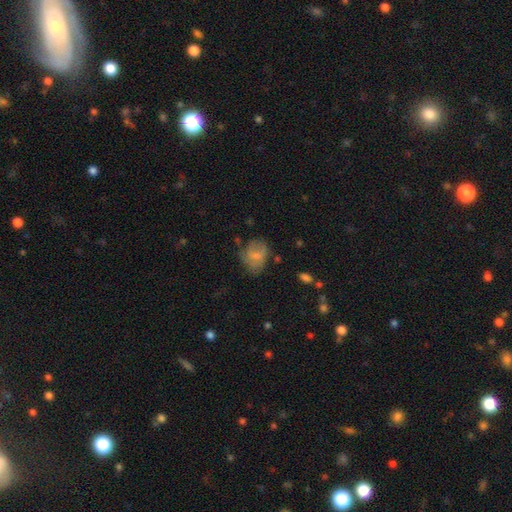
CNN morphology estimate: Smooth or featured?
  - smooth: 64% *
  - featured or disk: 26%
  - star or artifact: 10%
How rounded?
  - in between: 57% *
  - round: 41%
  - cigar-shaped: 1%
Merging?
  - none: 47% *
  - minor disturbance: 29%
  - major disturbance: 21%
  - merger: 3%